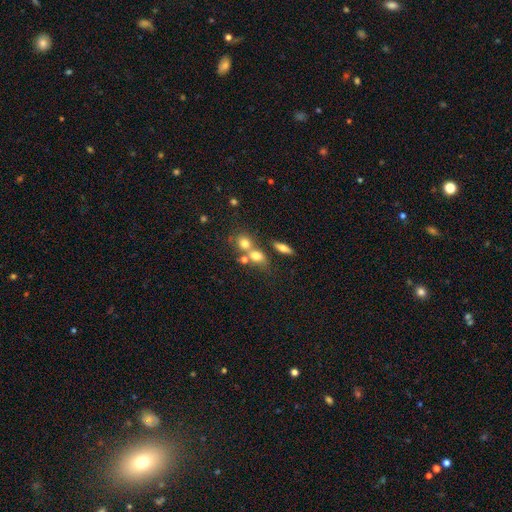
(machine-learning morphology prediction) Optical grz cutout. It shows a smooth galaxy with no disk features (71%) that is round (52%). Merging: merger (47%).